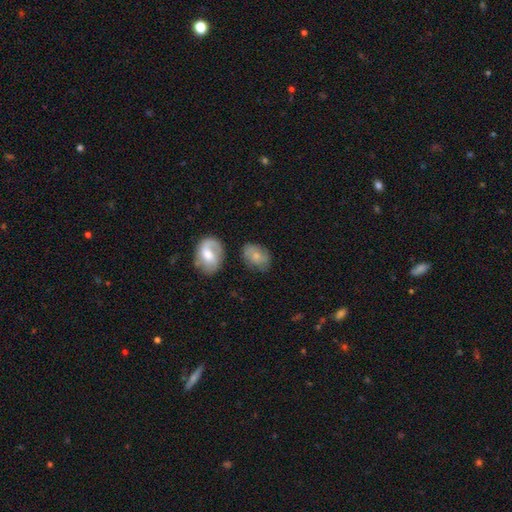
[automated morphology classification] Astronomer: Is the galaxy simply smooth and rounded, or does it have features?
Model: smooth — 63%.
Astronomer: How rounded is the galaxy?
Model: in between — 73%.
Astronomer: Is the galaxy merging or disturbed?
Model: none — 61%.